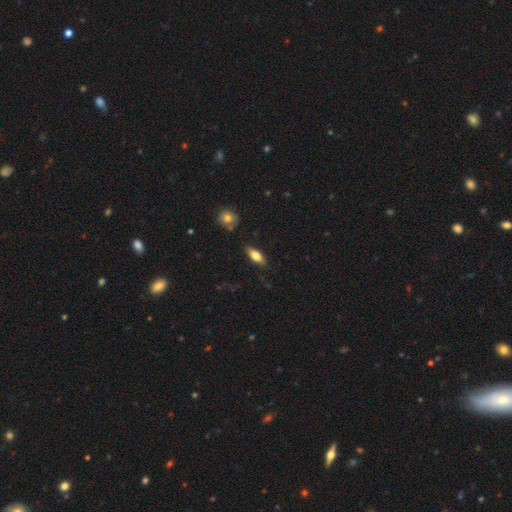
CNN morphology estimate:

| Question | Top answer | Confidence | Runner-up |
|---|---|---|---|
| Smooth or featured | smooth | 72% | featured or disk (22%) |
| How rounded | in between | 73% | cigar-shaped (24%) |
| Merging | none | 85% | minor disturbance (11%) |